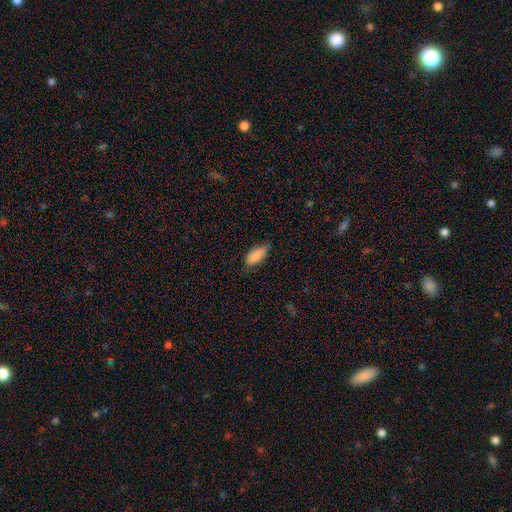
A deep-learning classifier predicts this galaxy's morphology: smooth 86%, featured or disk 8%, star or artifact 7%. Down the decision tree: how rounded — in between (86%); merging — none (61%).